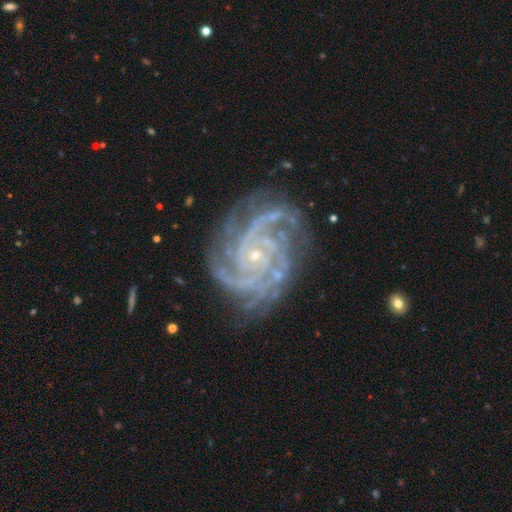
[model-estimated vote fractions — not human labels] A featured or disk galaxy (93%) with no bar (73%), 4 (30%) tight (68%) spiral arms (99%) and a small central bulge (87%). Merging: none (76%).